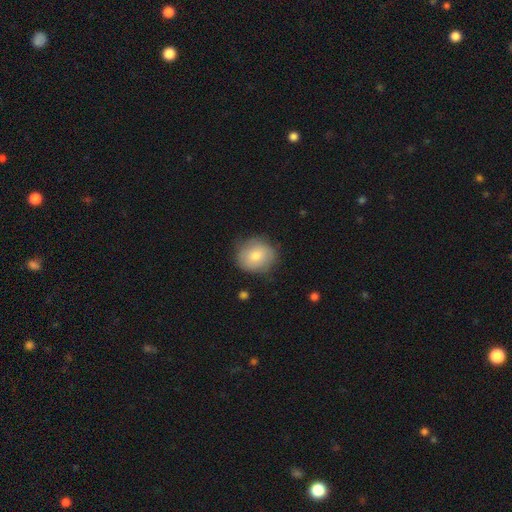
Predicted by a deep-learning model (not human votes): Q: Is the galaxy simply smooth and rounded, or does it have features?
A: smooth — 73%.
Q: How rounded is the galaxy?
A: round — 73%.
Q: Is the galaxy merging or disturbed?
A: none — 78%.